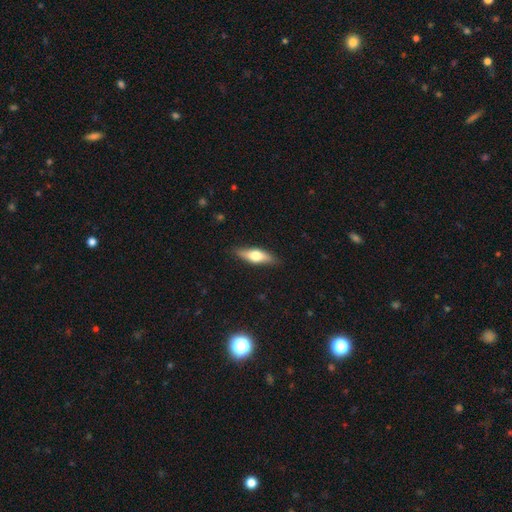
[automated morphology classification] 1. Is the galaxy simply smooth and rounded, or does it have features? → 52% smooth, 42% featured or disk, 6% star or artifact.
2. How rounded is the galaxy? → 49% in between, 48% cigar-shaped, 3% round.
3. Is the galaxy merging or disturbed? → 86% none, 11% minor disturbance, 2% major disturbance, 1% merger.